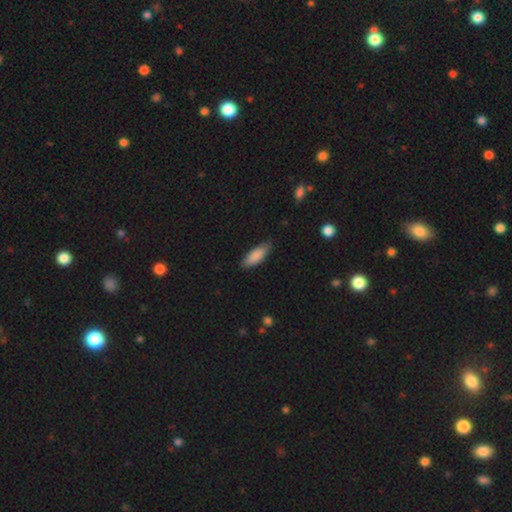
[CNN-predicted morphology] This appears to be a smooth galaxy with no disk features (86%) that is in between round and cigar-shaped (67%). Merging: none (78%).